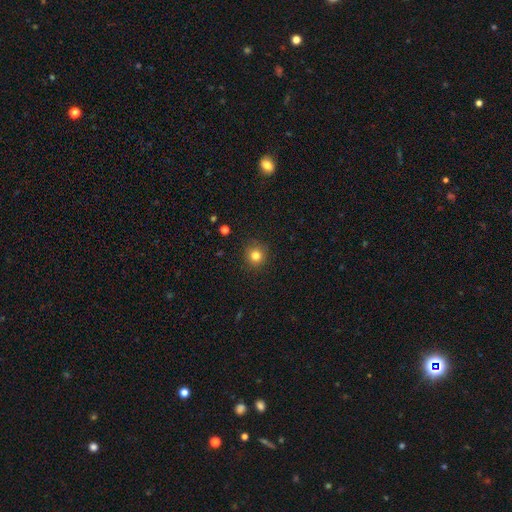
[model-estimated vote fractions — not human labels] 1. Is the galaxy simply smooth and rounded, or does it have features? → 80% smooth, 14% star or artifact, 6% featured or disk.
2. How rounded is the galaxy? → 93% round, 6% in between, 1% cigar-shaped.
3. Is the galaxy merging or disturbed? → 89% none, 8% minor disturbance, 2% major disturbance, 1% merger.